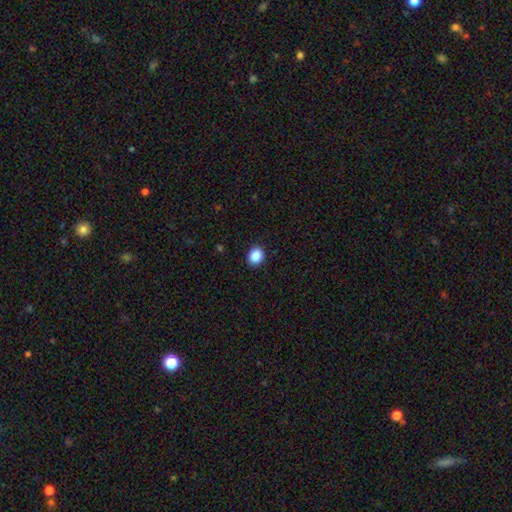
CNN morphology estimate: smooth_or_featured: smooth (p=0.88) [alt: star or artifact p=0.09]
how_rounded: round (p=0.64) [alt: in between p=0.35]
merging: none (p=0.91) [alt: minor disturbance p=0.06]